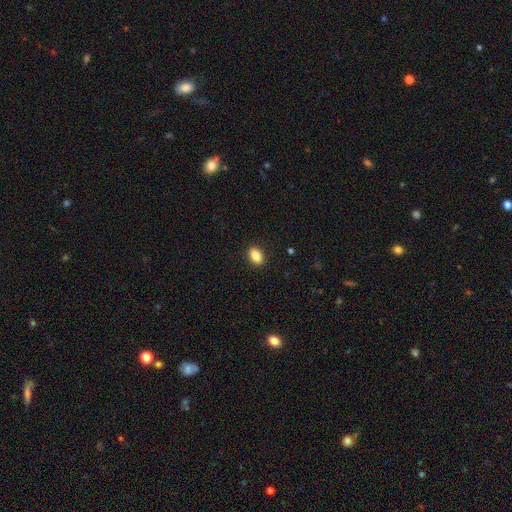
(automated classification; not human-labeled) The model was most divided on "how rounded": in between: 83%, round: 15%, cigar-shaped: 2%. More confident: merging — none (90%); smooth or featured — smooth (86%).